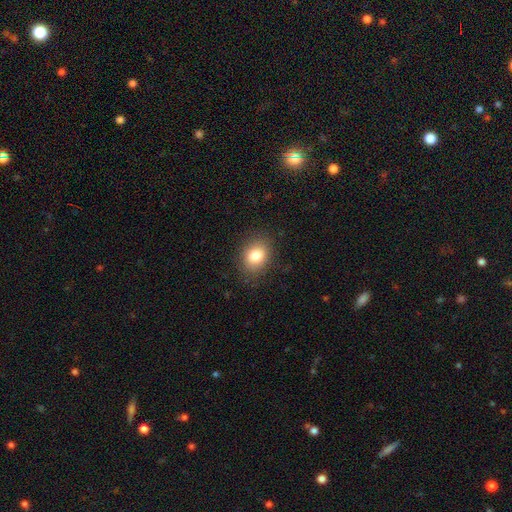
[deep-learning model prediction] Overall: smooth (82%). How rounded: in between (53%; round 46%). Merging: none (85%).